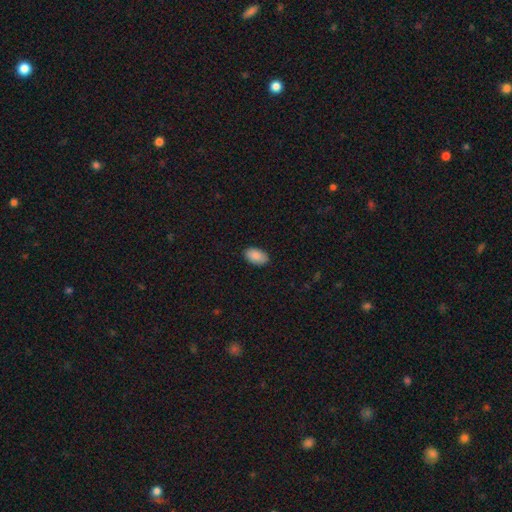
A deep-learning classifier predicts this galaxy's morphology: This appears to be a smooth galaxy with no disk features (89%) that is in between round and cigar-shaped (93%). Merging: none (87%).